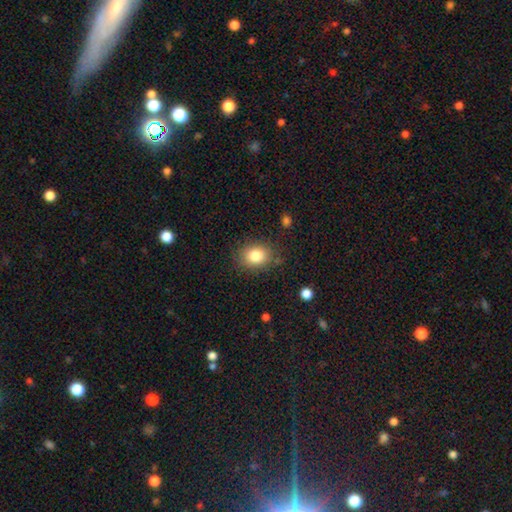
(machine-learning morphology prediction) A smooth galaxy with no disk features (82%) that is in between round and cigar-shaped (51%).

Vote fractions:
- Smooth or featured? smooth: 82% / star or artifact: 9% / featured or disk: 8%
- How rounded? in between: 51% / round: 48% / cigar-shaped: 1%
- Merging? none: 81% / minor disturbance: 13% / major disturbance: 4% / merger: 2%